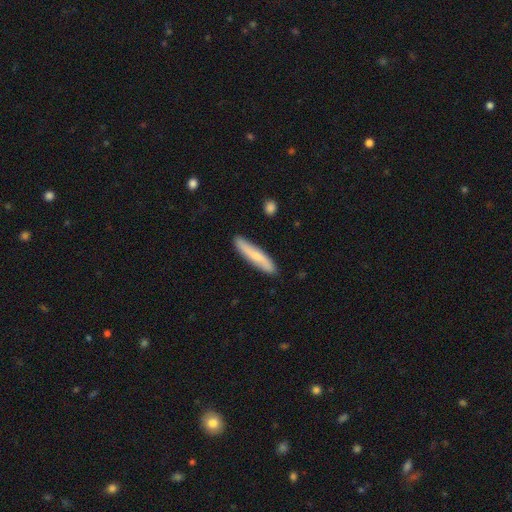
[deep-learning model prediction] smooth_or_featured: smooth (p=0.63) [alt: featured or disk p=0.32]
how_rounded: cigar-shaped (p=0.89) [alt: in between p=0.10]
merging: none (p=0.87) [alt: minor disturbance p=0.10]